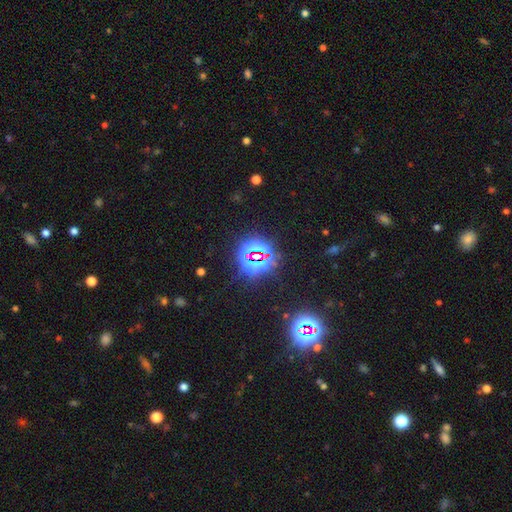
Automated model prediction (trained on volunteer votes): Smooth or featured: star or artifact — 79% (smooth — 12%)